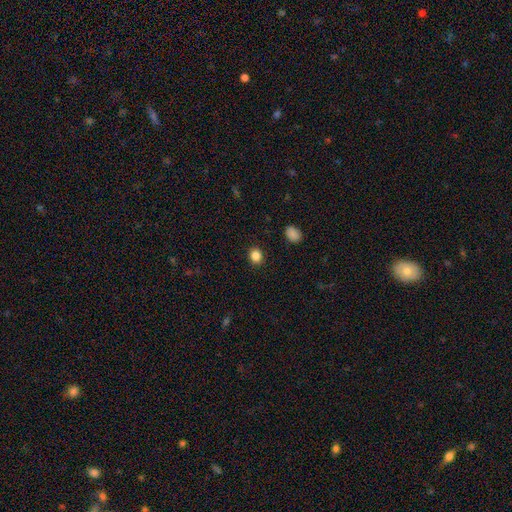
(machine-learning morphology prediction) Overall: smooth (85%). How rounded: round (72%). Merging: none (91%).